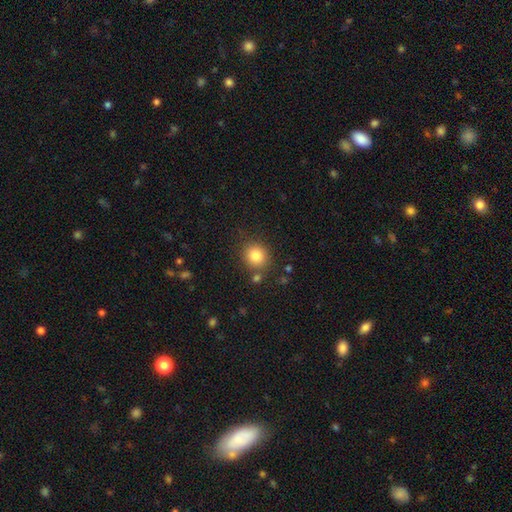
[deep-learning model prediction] smooth_or_featured: smooth (p=0.83) [alt: star or artifact p=0.10]
how_rounded: round (p=0.85) [alt: in between p=0.14]
merging: none (p=0.81) [alt: minor disturbance p=0.09]